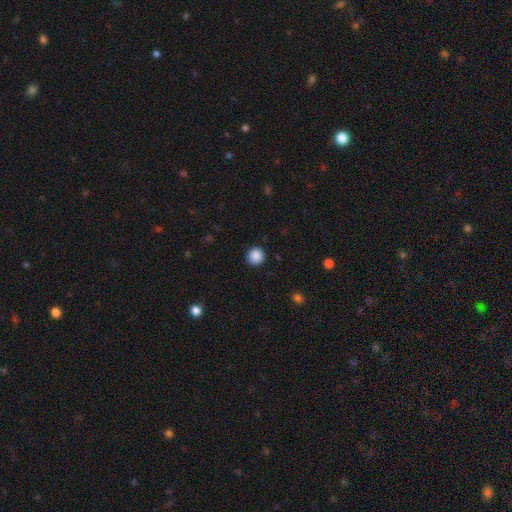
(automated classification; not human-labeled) Smooth or featured: smooth — 88% (star or artifact — 9%)
How rounded: round — 95% (in between — 4%)
Merging: none — 92% (minor disturbance — 5%)